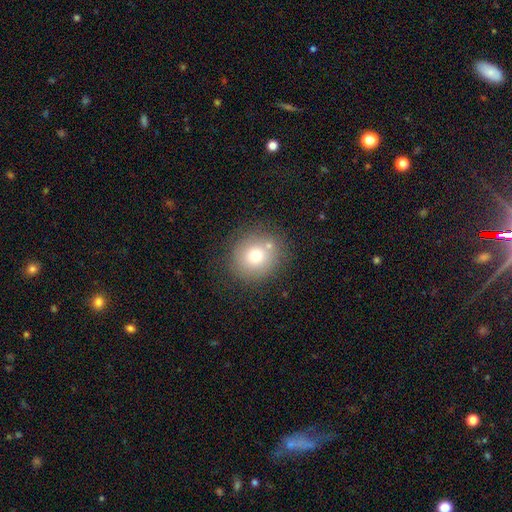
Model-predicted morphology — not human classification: A smooth galaxy with no disk features (71%) that is round (87%).

Vote fractions:
- Smooth or featured? smooth: 71% / featured or disk: 16% / star or artifact: 13%
- How rounded? round: 87% / in between: 12% / cigar-shaped: 1%
- Merging? none: 74% / minor disturbance: 12% / merger: 10% / major disturbance: 4%